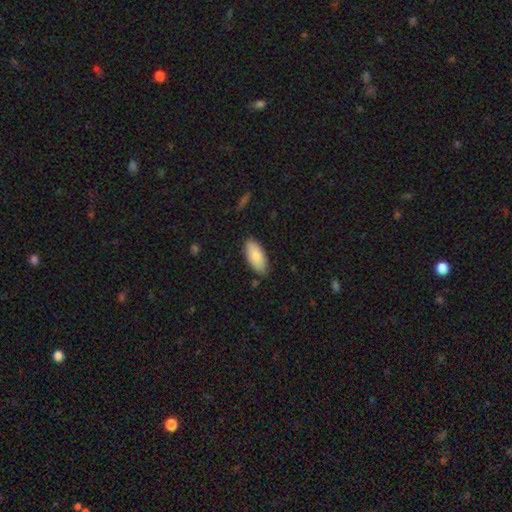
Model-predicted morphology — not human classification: This appears to be a smooth galaxy with no disk features (82%) that is in between round and cigar-shaped (88%). Merging: none (83%).